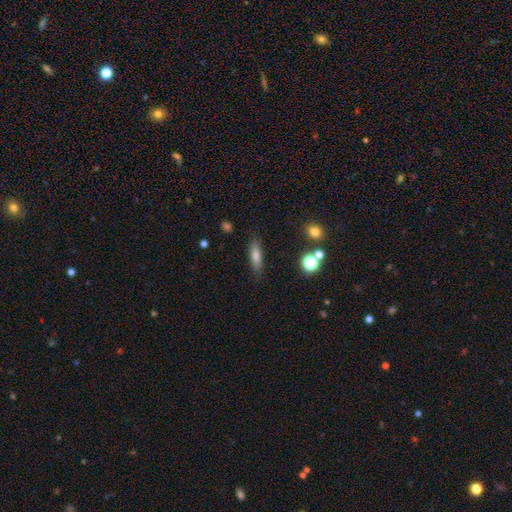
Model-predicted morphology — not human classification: smooth 72%, featured or disk 18%, star or artifact 10%. Down the decision tree: how rounded — cigar-shaped (55%); merging — none (83%).